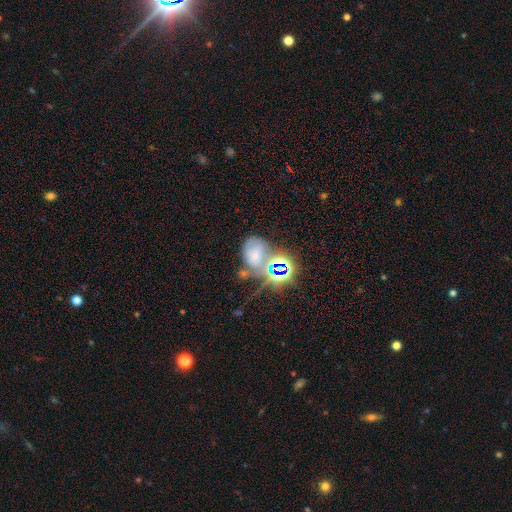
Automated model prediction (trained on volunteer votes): smooth_or_featured: star or artifact (p=0.37) [alt: smooth p=0.36]